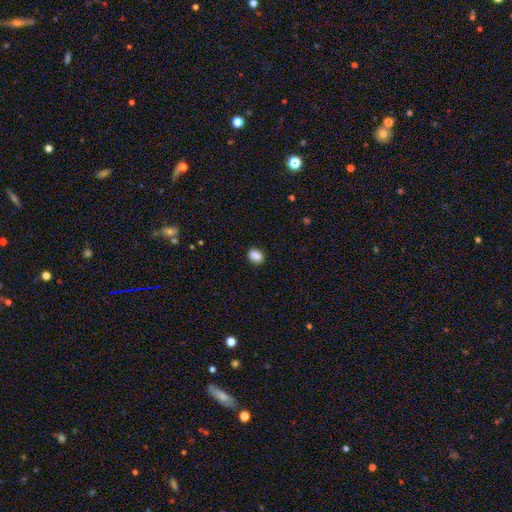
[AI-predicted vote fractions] smooth 88%, star or artifact 8%, featured or disk 4%. Down the decision tree: how rounded — in between (64%); merging — none (88%).